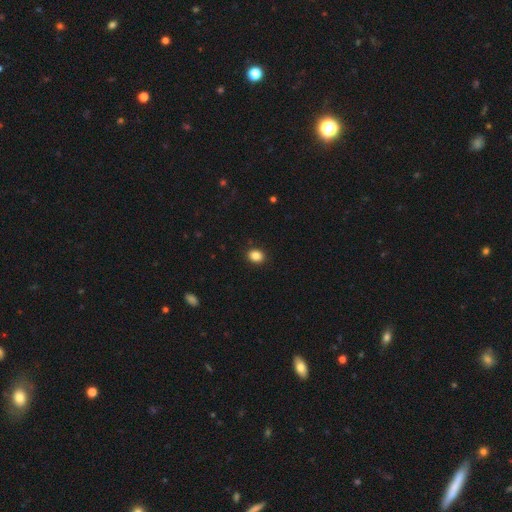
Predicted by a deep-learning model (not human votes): Smooth or featured?
  - smooth: 86% *
  - star or artifact: 10%
  - featured or disk: 4%
How rounded?
  - round: 55% *
  - in between: 44%
  - cigar-shaped: 1%
Merging?
  - none: 90% *
  - minor disturbance: 7%
  - major disturbance: 2%
  - merger: 1%